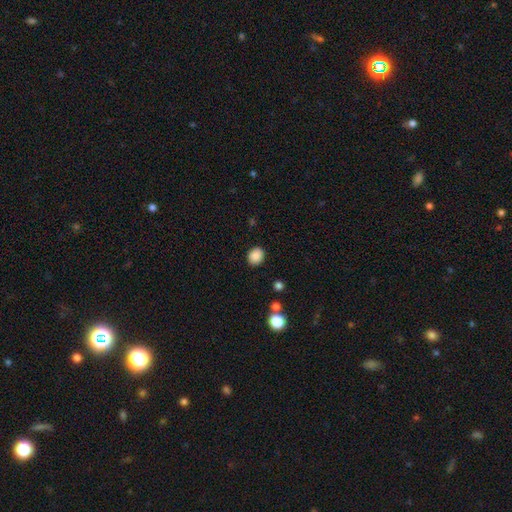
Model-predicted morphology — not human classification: The model was most divided on "how rounded": round: 63%, in between: 36%, cigar-shaped: 1%. More confident: merging — none (88%); smooth or featured — smooth (88%).